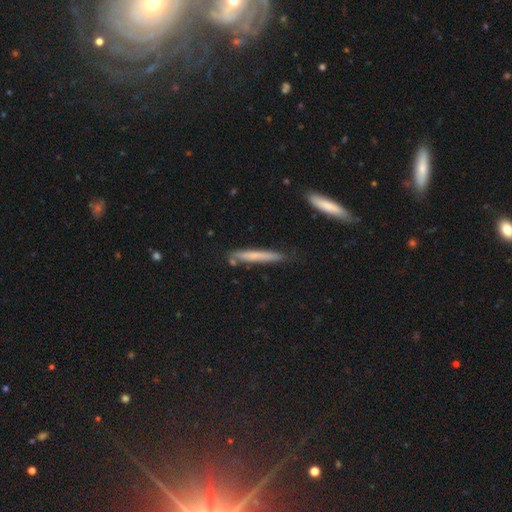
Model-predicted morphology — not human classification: smooth_or_featured: smooth (p=0.65) [alt: featured or disk p=0.29]
how_rounded: cigar-shaped (p=0.95) [alt: in between p=0.04]
merging: none (p=0.76) [alt: minor disturbance p=0.17]